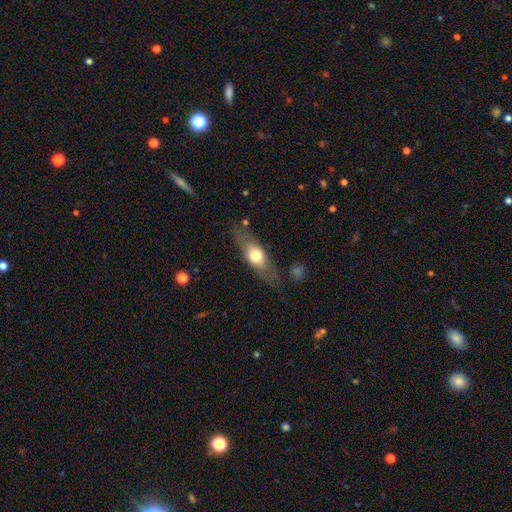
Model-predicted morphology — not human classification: The model was most divided on "how rounded": in between: 53%, cigar-shaped: 40%, round: 7%. More confident: merging — none (76%); smooth or featured — smooth (56%).